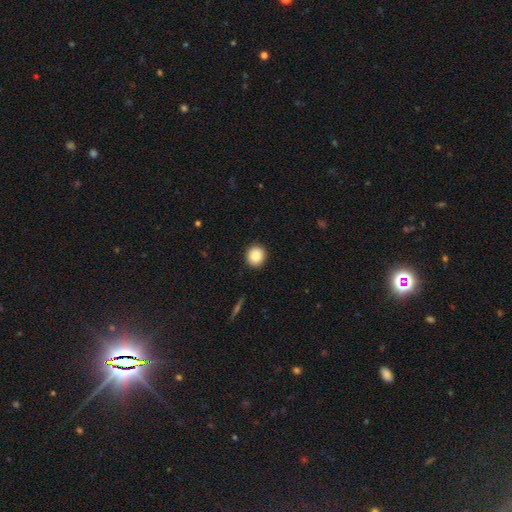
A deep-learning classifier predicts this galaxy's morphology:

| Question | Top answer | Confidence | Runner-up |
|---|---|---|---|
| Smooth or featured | smooth | 87% | star or artifact (8%) |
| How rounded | round | 85% | in between (14%) |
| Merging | none | 92% | minor disturbance (5%) |